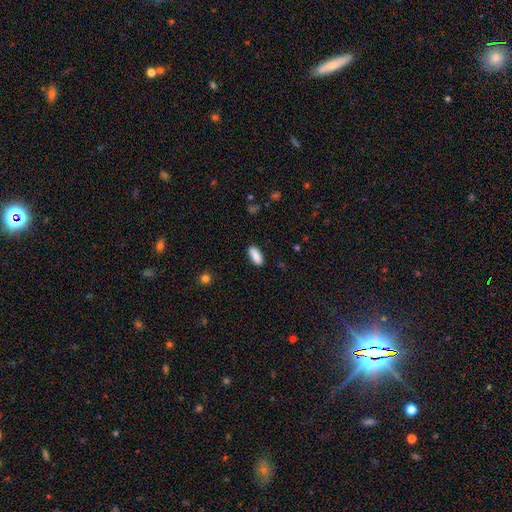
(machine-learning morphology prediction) Smooth or featured? Predicted: smooth (p=0.86). How rounded? Predicted: in between (p=0.78). Merging? Predicted: none (p=0.84).